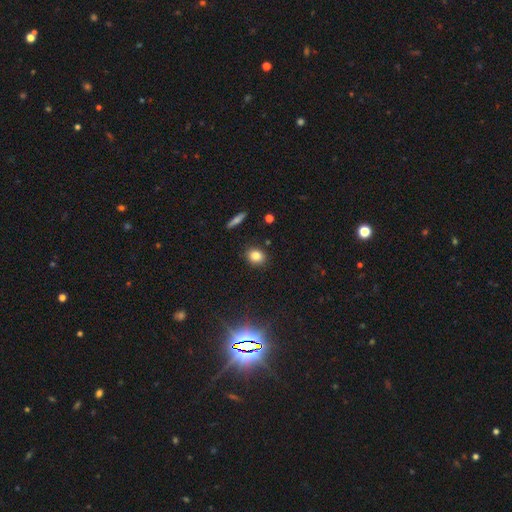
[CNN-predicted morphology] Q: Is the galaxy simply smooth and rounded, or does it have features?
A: smooth — 82%.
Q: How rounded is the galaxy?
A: round — 53%.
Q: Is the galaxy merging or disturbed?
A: none — 87%.